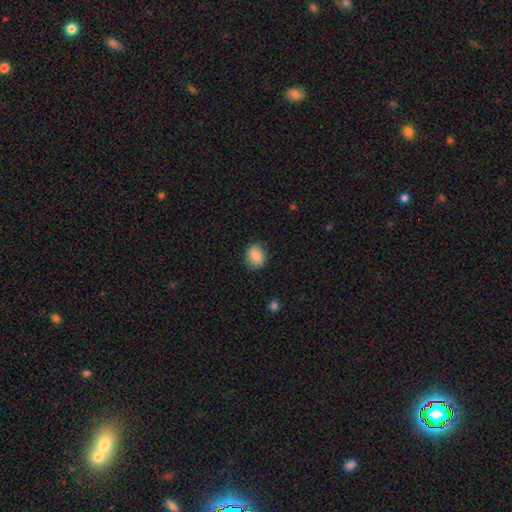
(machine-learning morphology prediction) The model was most divided on "how rounded": round: 63%, in between: 36%, cigar-shaped: 1%. More confident: smooth or featured — smooth (87%); merging — none (86%).